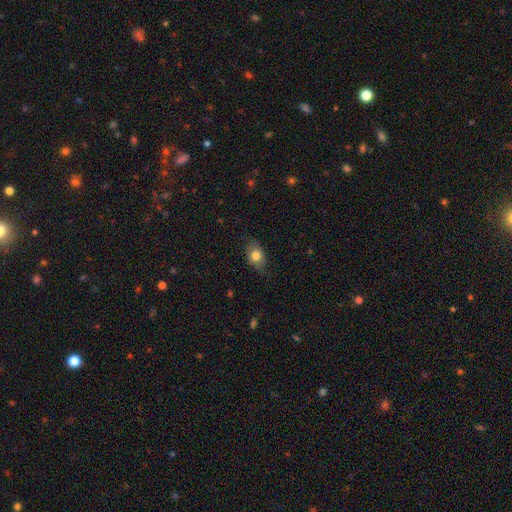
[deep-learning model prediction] A smooth galaxy with no disk features (77%) that is in between round and cigar-shaped (78%).

Vote fractions:
- Smooth or featured? smooth: 77% / featured or disk: 15% / star or artifact: 8%
- How rounded? in between: 78% / round: 20% / cigar-shaped: 2%
- Merging? none: 75% / minor disturbance: 19% / major disturbance: 4% / merger: 1%